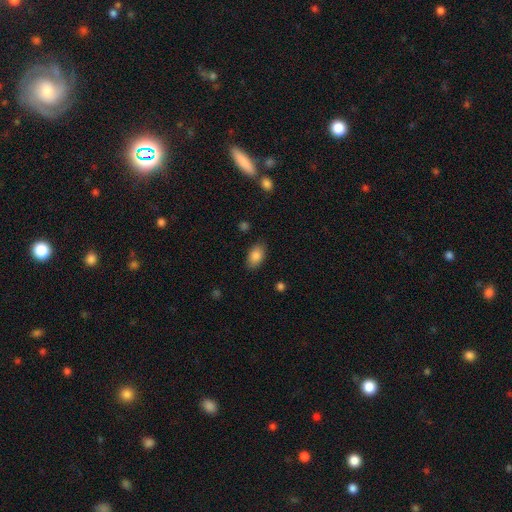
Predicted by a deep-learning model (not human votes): This is clearly a smooth galaxy (85%). How rounded: clearly in between (90%). Merging: clearly none (83%).